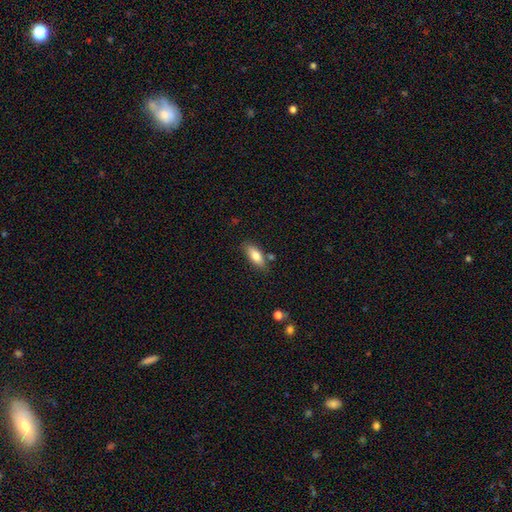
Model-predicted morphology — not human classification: Smooth or featured?
  - smooth: 80% *
  - featured or disk: 13%
  - star or artifact: 7%
How rounded?
  - in between: 77% *
  - cigar-shaped: 21%
  - round: 2%
Merging?
  - none: 77% *
  - minor disturbance: 14%
  - merger: 6%
  - major disturbance: 3%